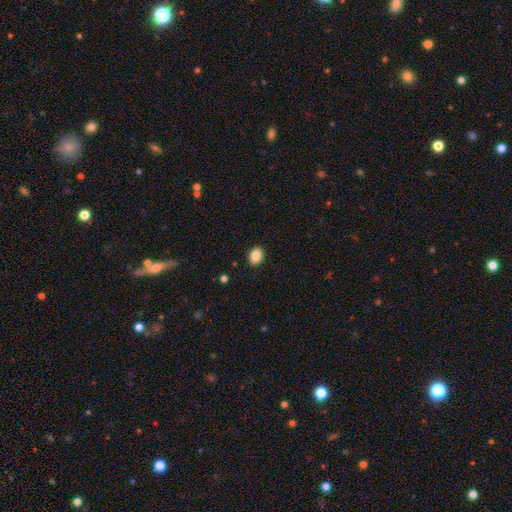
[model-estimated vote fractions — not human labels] The model was most divided on "how rounded": in between: 66%, round: 33%, cigar-shaped: 1%. More confident: merging — none (91%); smooth or featured — smooth (87%).